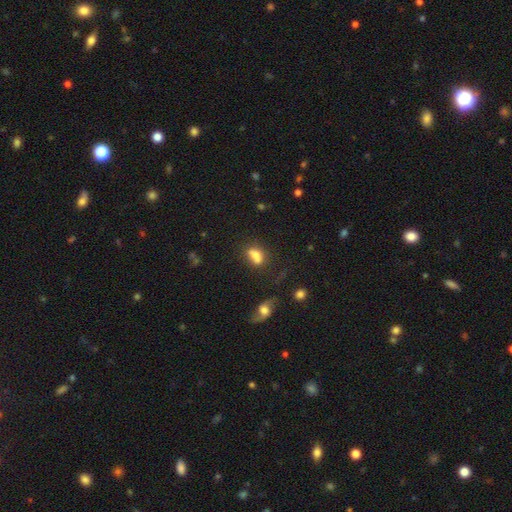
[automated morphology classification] Overall: smooth (68%). How rounded: in between (63%; round 32%). Merging: merger (41%; none 37%).